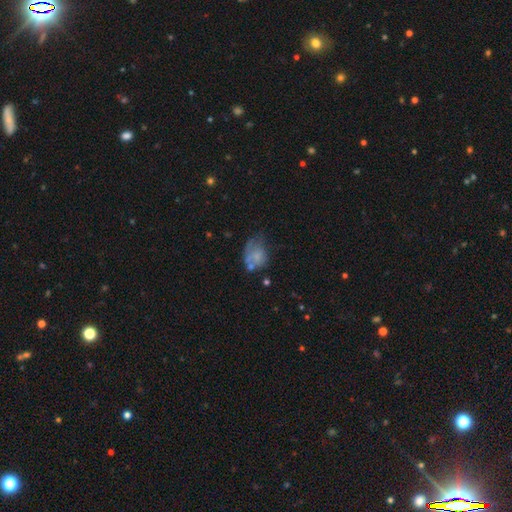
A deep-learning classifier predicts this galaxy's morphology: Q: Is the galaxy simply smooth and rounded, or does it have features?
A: smooth — 56%.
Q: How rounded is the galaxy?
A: in between — 60%.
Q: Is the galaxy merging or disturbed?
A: major disturbance — 33%.